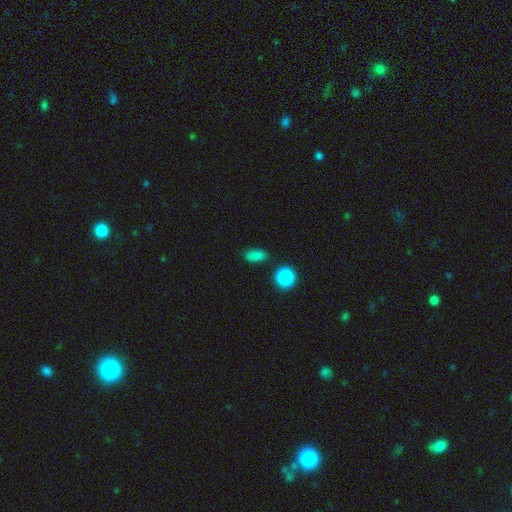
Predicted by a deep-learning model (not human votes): A smooth galaxy with no disk features (80%) that is in between round and cigar-shaped (77%). Merging: none (80%).